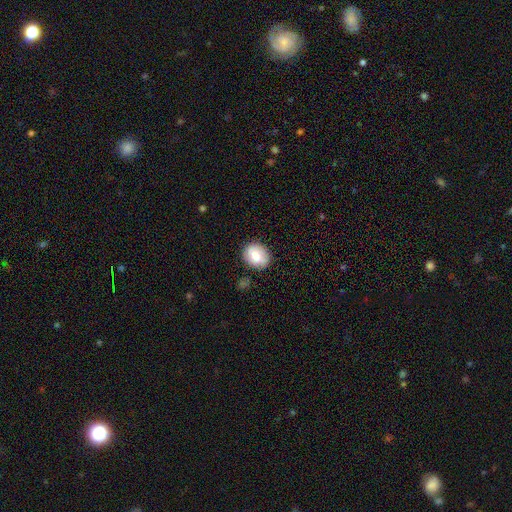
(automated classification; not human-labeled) This appears to be a smooth galaxy with no disk features (74%) that is round (53%). Merging: none (83%).